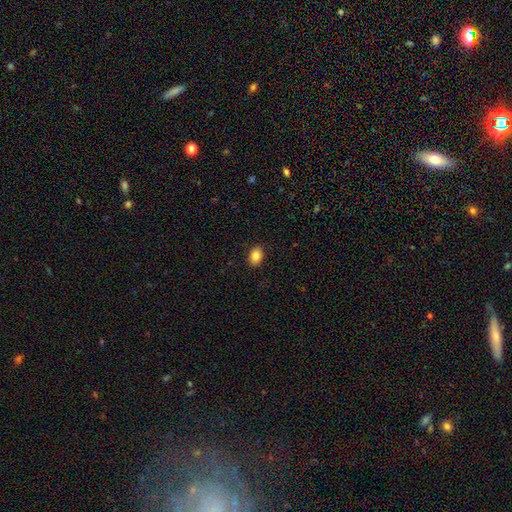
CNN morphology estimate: Overall: smooth (87%). How rounded: in between (76%). Merging: none (89%).